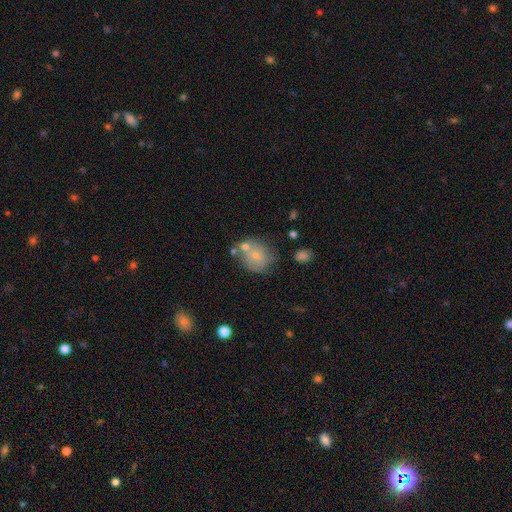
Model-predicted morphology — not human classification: smooth-or-featured: smooth: 65% | featured or disk: 25% | star or artifact: 10%
  how-rounded: round: 70% | in between: 29% | cigar-shaped: 1%
  merging: none: 45% | merger: 25% | minor disturbance: 21% | major disturbance: 9%